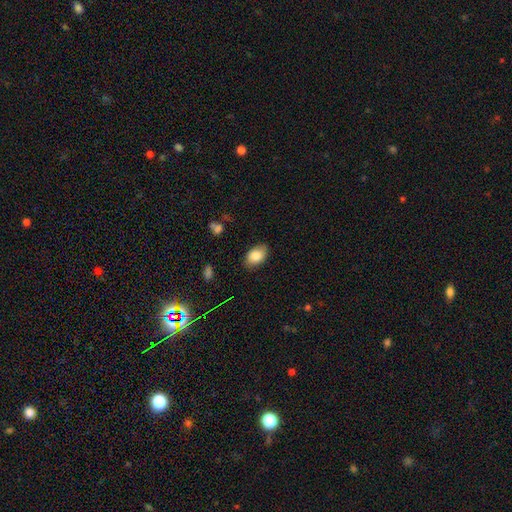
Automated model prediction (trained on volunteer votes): smooth-or-featured: smooth: 84% | featured or disk: 9% | star or artifact: 7%
  how-rounded: in between: 88% | round: 11% | cigar-shaped: 1%
  merging: none: 84% | minor disturbance: 12% | major disturbance: 3% | merger: 1%